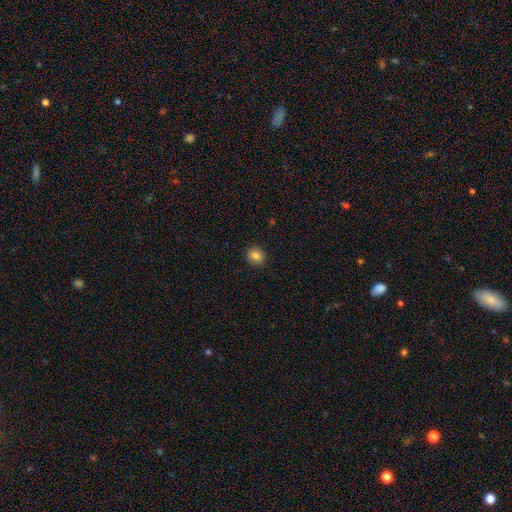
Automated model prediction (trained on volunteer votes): The model was most divided on "smooth or featured": smooth: 83%, star or artifact: 11%, featured or disk: 7%. More confident: merging — none (91%); how rounded — round (89%).